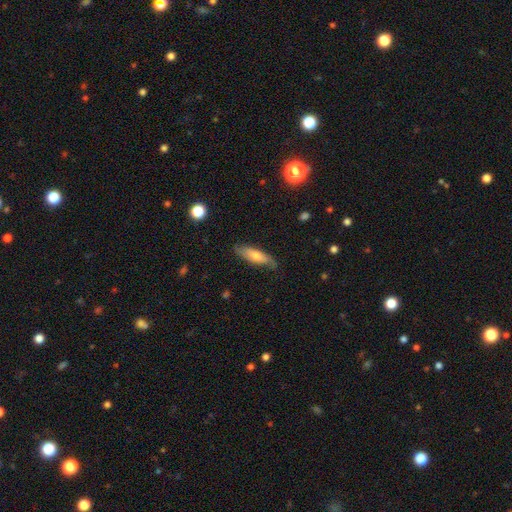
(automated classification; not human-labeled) smooth_or_featured: smooth (p=0.54) [alt: featured or disk p=0.39]
how_rounded: cigar-shaped (p=0.57) [alt: in between p=0.40]
merging: none (p=0.76) [alt: minor disturbance p=0.19]